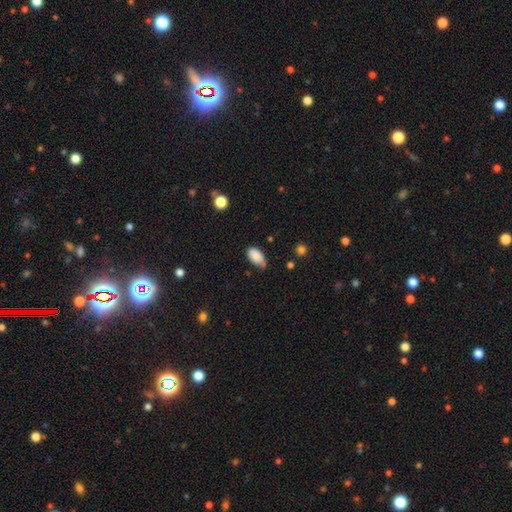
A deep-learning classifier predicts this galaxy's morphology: This appears to be a smooth galaxy with no disk features (85%) that is in between round and cigar-shaped (94%). Merging: none (53%).